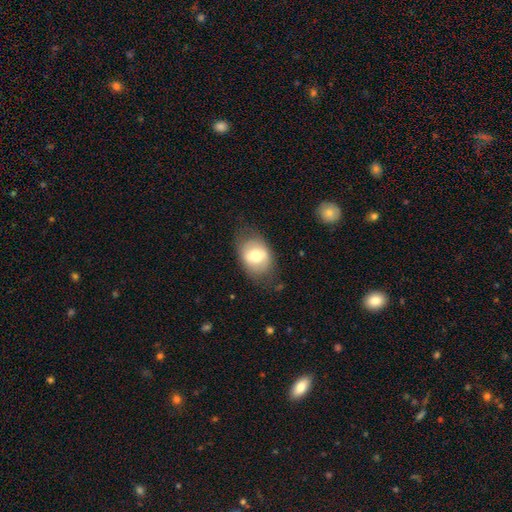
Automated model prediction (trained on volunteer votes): smooth 61%, featured or disk 32%, star or artifact 8%. Down the decision tree: how rounded — in between (74%); merging — none (72%).